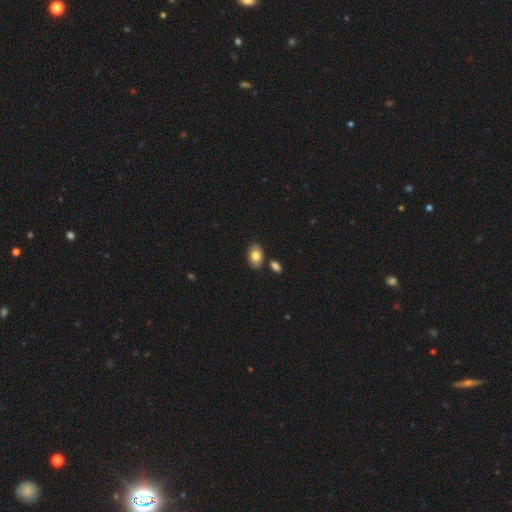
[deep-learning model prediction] Smooth or featured? smooth (81%)
How rounded? in between (88%)
Merging? none (81%)